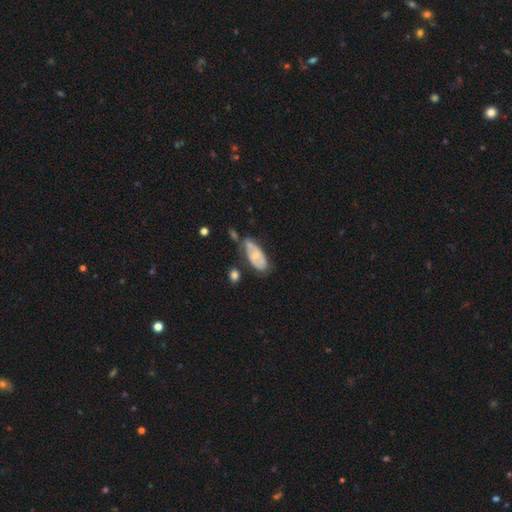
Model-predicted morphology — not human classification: This appears to be a featured or disk galaxy (50%). Merging: none (43%).